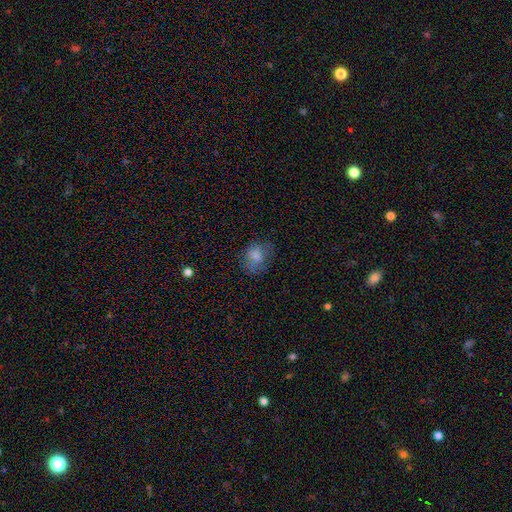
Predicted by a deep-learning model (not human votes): This appears to be a smooth galaxy with no disk features (71%) that is round (59%). Merging: none (66%).